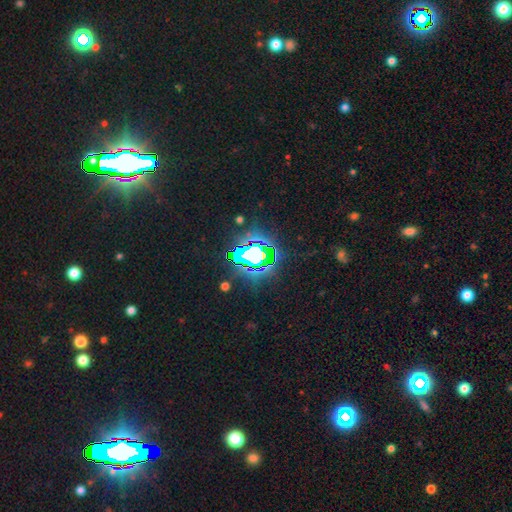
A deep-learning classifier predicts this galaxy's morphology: This appears to be a star or artifact, not a galaxy (67%).